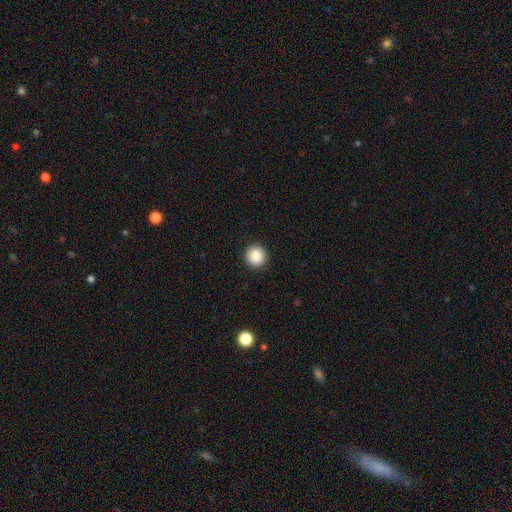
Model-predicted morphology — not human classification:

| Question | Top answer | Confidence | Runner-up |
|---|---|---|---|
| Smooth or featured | smooth | 87% | star or artifact (9%) |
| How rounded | round | 94% | in between (5%) |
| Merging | none | 93% | minor disturbance (4%) |